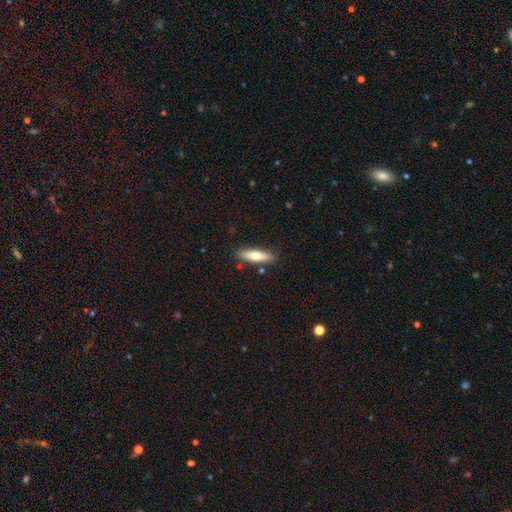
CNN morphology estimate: Overall: smooth (68%). How rounded: cigar-shaped (62%; in between 36%). Merging: none (86%).